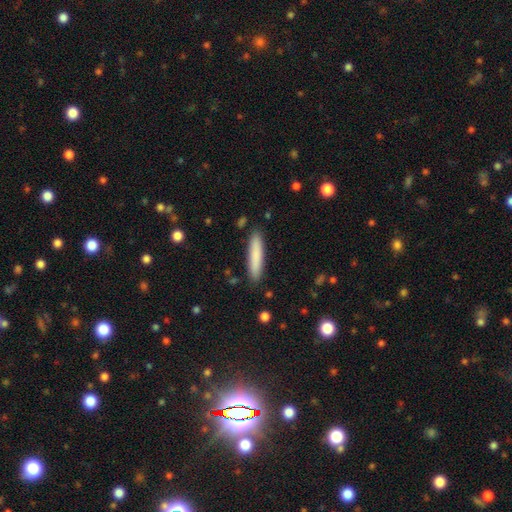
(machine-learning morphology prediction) A smooth galaxy with no disk features (82%) that is cigar-shaped (86%). Merging: none (88%).